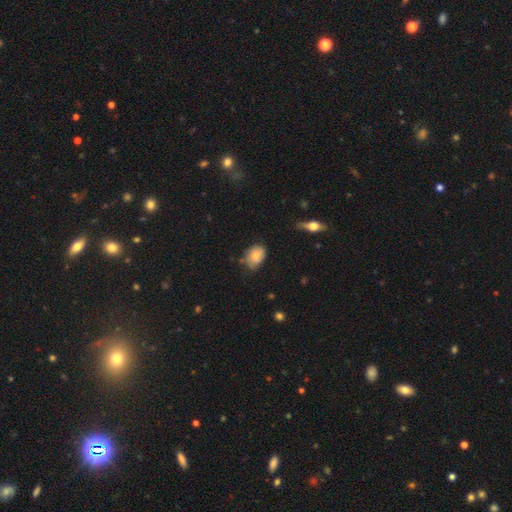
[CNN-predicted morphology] Smooth or featured: smooth — 76% (featured or disk — 16%)
How rounded: in between — 72% (round — 27%)
Merging: none — 61% (minor disturbance — 31%)